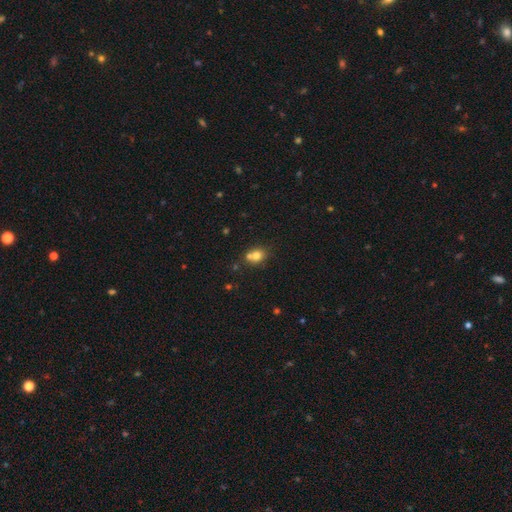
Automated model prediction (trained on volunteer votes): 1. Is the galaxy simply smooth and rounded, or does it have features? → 75% smooth, 13% featured or disk, 12% star or artifact.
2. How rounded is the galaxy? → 62% round, 37% in between, 1% cigar-shaped.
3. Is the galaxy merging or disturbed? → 46% none, 39% merger, 12% minor disturbance, 4% major disturbance.